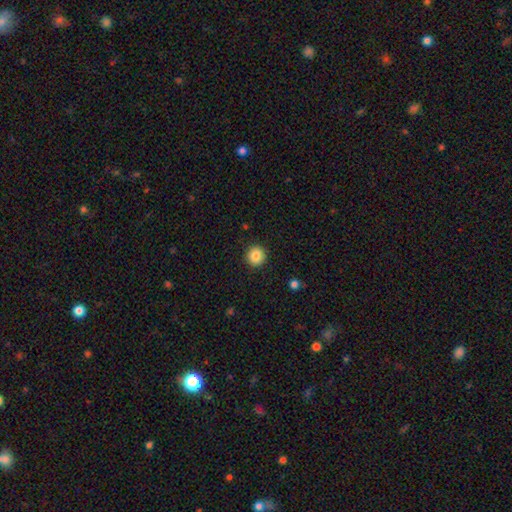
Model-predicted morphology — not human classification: smooth_or_featured: smooth (p=0.85) [alt: star or artifact p=0.10]
how_rounded: round (p=0.94) [alt: in between p=0.05]
merging: none (p=0.92) [alt: minor disturbance p=0.05]